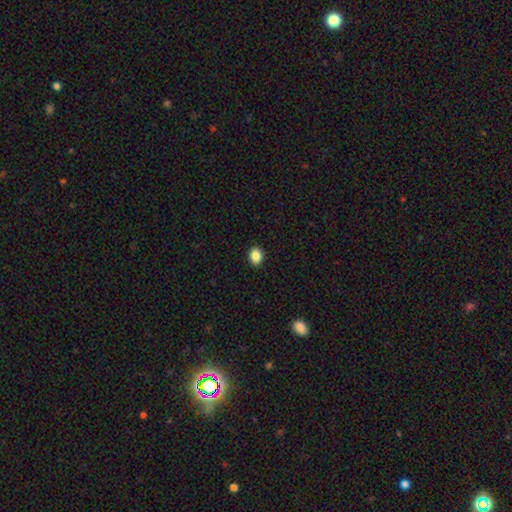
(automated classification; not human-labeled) Overall: smooth (87%). How rounded: in between (56%; round 43%). Merging: none (91%).